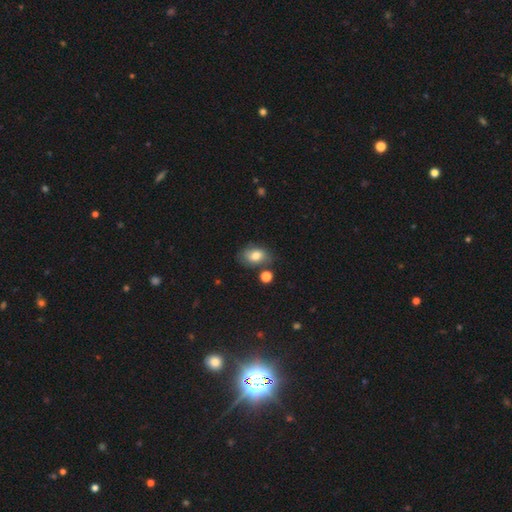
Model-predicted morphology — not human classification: Smooth or featured?
  - smooth: 75% *
  - featured or disk: 15%
  - star or artifact: 10%
How rounded?
  - in between: 79% *
  - round: 20%
  - cigar-shaped: 1%
Merging?
  - none: 66% *
  - minor disturbance: 20%
  - merger: 8%
  - major disturbance: 6%